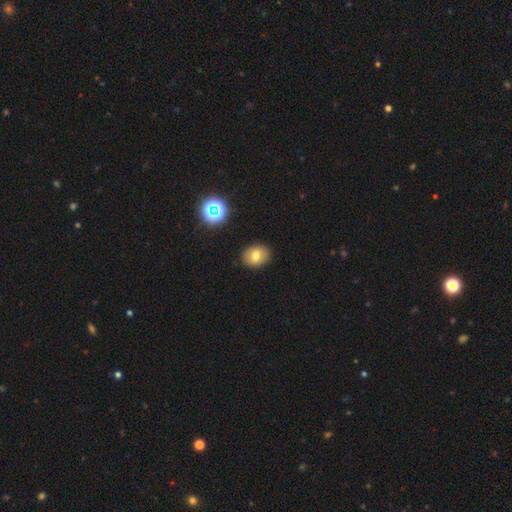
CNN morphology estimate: type=smooth (73%); roundness=in between (57%); merging=none (88%).